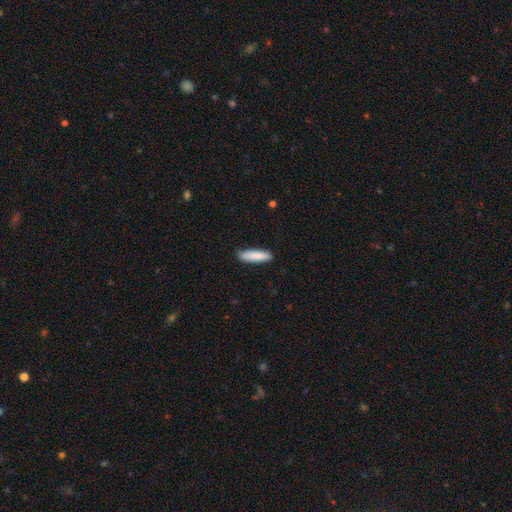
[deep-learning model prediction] A smooth galaxy with no disk features (87%) that is cigar-shaped (71%). Merging: none (88%).